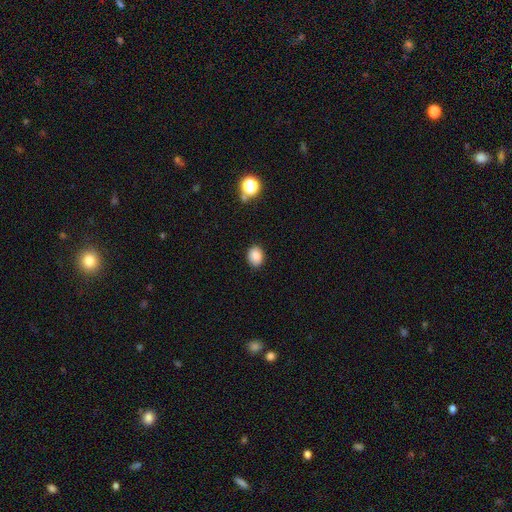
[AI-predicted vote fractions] This is clearly a smooth galaxy (85%). How rounded: possibly in between (54%). Merging: clearly none (87%).